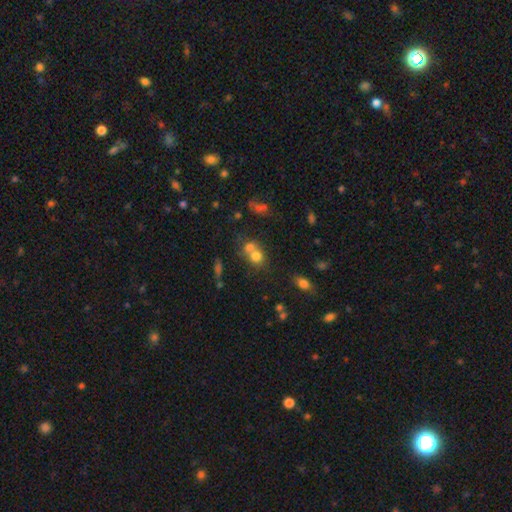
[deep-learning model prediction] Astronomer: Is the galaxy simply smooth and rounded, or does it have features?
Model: smooth — 71%.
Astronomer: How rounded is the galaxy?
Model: round — 72%.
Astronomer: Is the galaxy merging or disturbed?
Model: merger — 54% (runner-up: none, 34%).